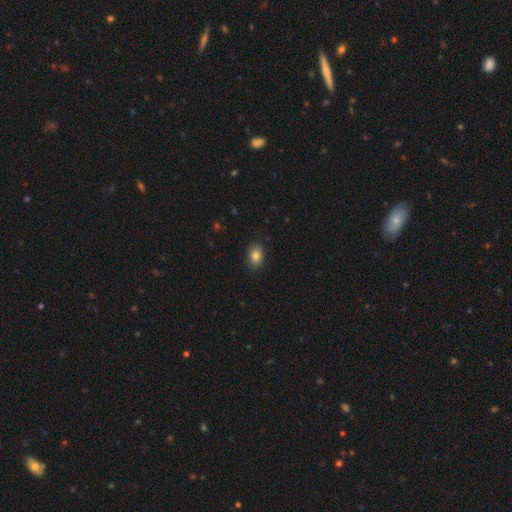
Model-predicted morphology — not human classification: Overall: smooth (85%). How rounded: in between (72%). Merging: none (86%).